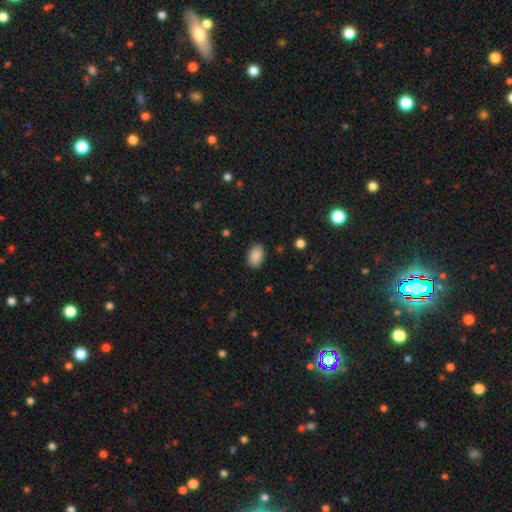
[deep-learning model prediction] A smooth galaxy with no disk features (89%) that is in between round and cigar-shaped (88%).

Vote fractions:
- Smooth or featured? smooth: 89% / star or artifact: 8% / featured or disk: 4%
- How rounded? in between: 88% / round: 11% / cigar-shaped: 1%
- Merging? none: 86% / minor disturbance: 10% / major disturbance: 2% / merger: 1%